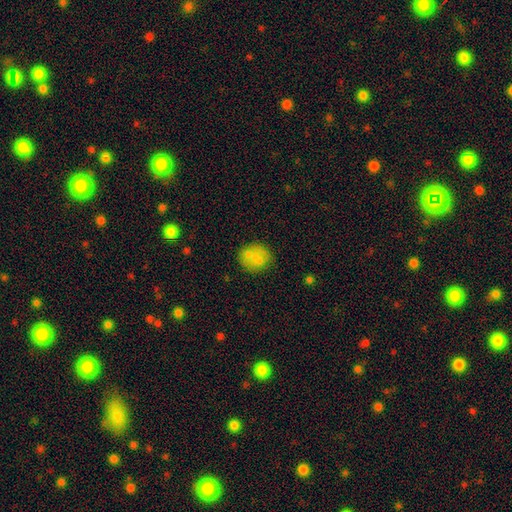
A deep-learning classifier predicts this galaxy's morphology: A smooth galaxy with no disk features (73%) that is round (81%).

Vote fractions:
- Smooth or featured? smooth: 73% / featured or disk: 15% / star or artifact: 11%
- How rounded? round: 81% / in between: 18% / cigar-shaped: 1%
- Merging? none: 70% / minor disturbance: 15% / merger: 10% / major disturbance: 5%